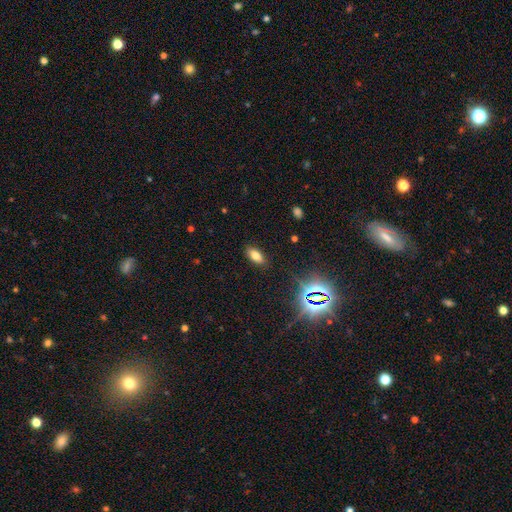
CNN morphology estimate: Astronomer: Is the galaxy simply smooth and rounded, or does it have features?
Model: smooth — 72%.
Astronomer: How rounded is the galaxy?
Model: in between — 86%.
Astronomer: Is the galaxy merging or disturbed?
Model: none — 88%.